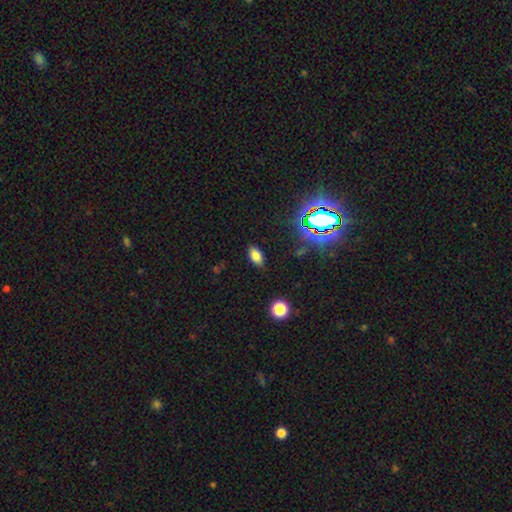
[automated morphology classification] type=smooth (76%); roundness=in between (91%); merging=none (86%).